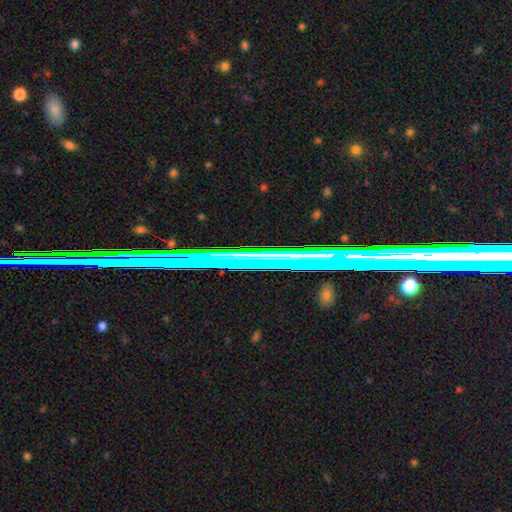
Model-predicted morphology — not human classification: The model was most divided on "smooth or featured": star or artifact: 56%, featured or disk: 31%, smooth: 13%.